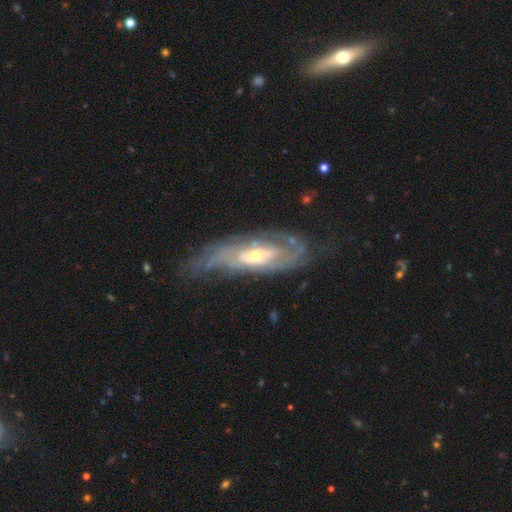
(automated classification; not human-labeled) Overall: featured or disk (83%). Edge-on disk: no (85%). Bar: no (56%; weak 33%). Spiral arms: yes (88%). Spiral arm count: can't tell (47%; 2 30%). Spiral winding: tight (59%; medium 31%). Bulge size: moderate (50%; small 45%). Merging: none (61%; minor disturbance 23%).